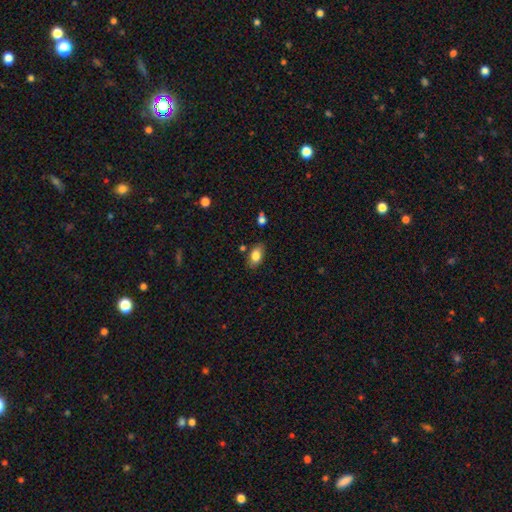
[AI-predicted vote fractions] Smooth or featured: smooth — 82% (featured or disk — 11%)
How rounded: in between — 91% (round — 7%)
Merging: none — 81% (minor disturbance — 13%)